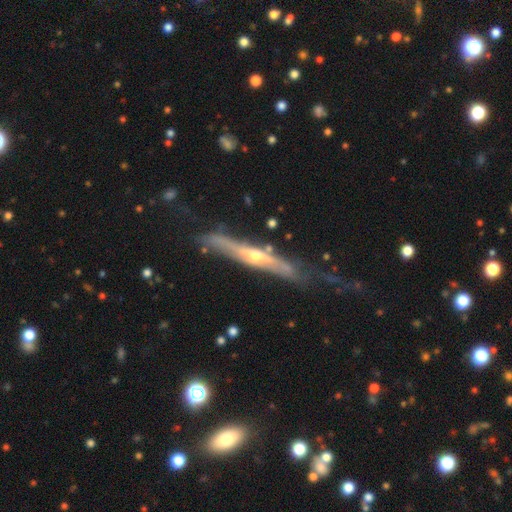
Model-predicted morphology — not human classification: This appears to be a featured or disk galaxy (79%) viewed edge-on (88%) with a rounded central bulge (80%). Merging: none (54%).